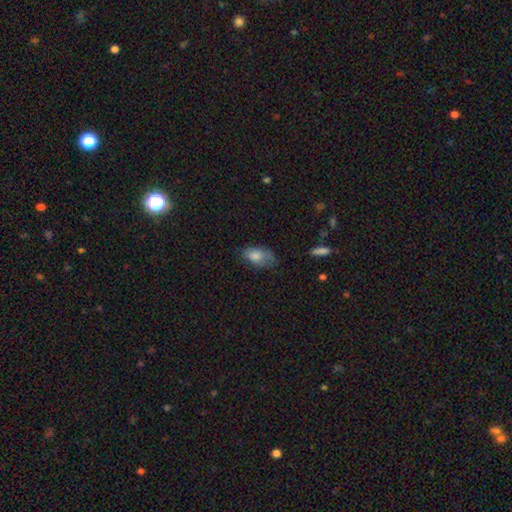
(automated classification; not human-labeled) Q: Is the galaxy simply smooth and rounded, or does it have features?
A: smooth — 77%.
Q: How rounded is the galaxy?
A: in between — 90%.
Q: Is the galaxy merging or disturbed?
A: none — 56%.